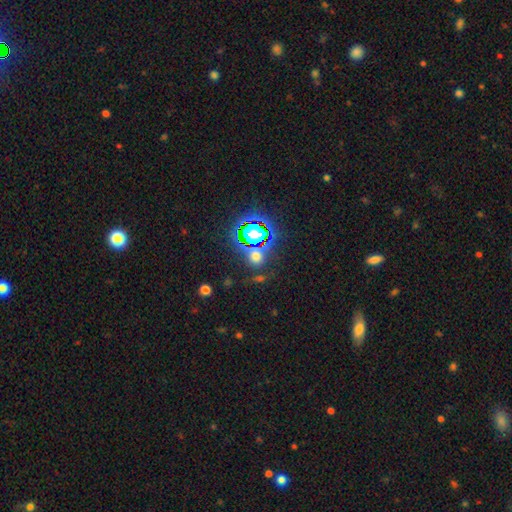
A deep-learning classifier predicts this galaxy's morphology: A star or artifact, not a galaxy (52%).